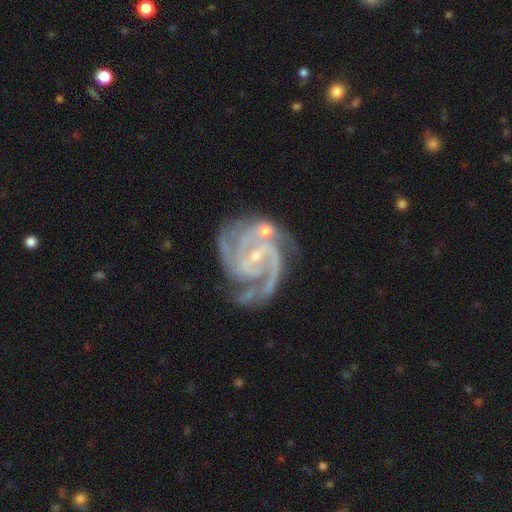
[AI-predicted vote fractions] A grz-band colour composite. It shows a featured or disk galaxy (92%) with a weak bar (42%), 3 (41%) tight (52%) spiral arms (98%) and a small central bulge (79%). Merging: none (55%).